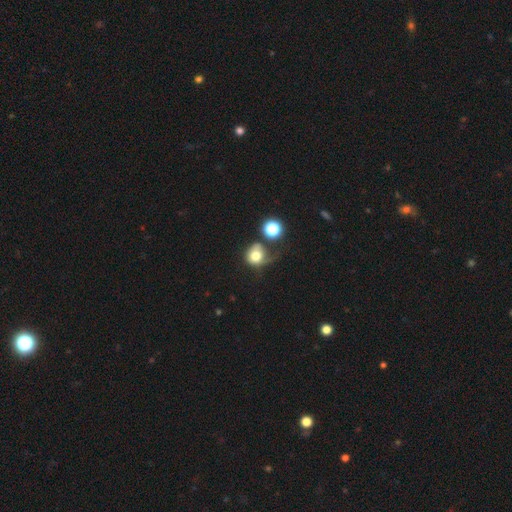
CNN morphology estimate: The model was most divided on "merging": major disturbance: 31%, none: 29%, minor disturbance: 23%, merger: 16%. More confident: how rounded — round (75%); smooth or featured — smooth (71%).